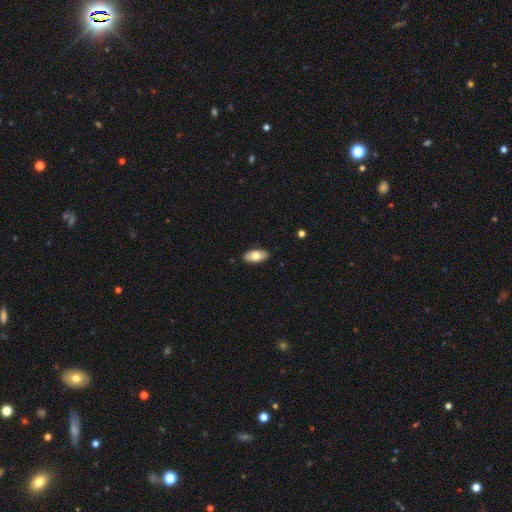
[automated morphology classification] Q: Smooth or featured?
A: smooth (76%); runner-up: featured or disk (18%)
Q: How rounded?
A: in between (90%); runner-up: cigar-shaped (7%)
Q: Merging?
A: none (89%); runner-up: minor disturbance (8%)